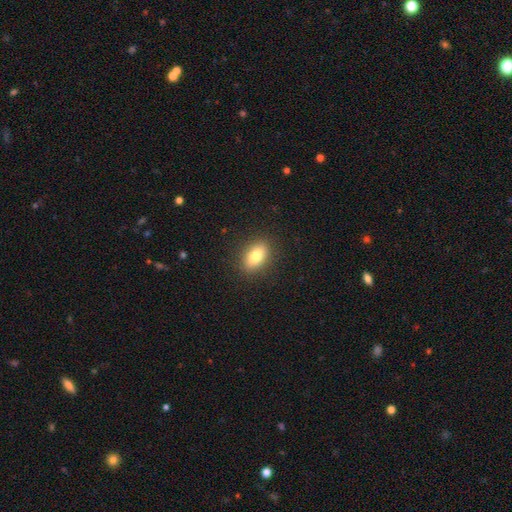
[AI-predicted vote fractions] This is likely a smooth galaxy (79%). How rounded: clearly in between (84%). Merging: clearly none (88%).